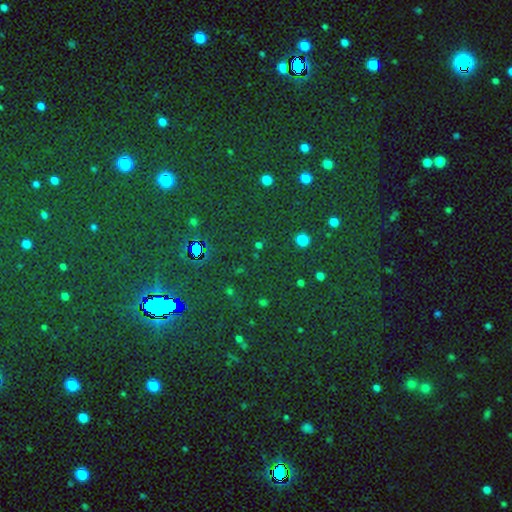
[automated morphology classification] This is likely a star or artifact rather than a galaxy (79%).